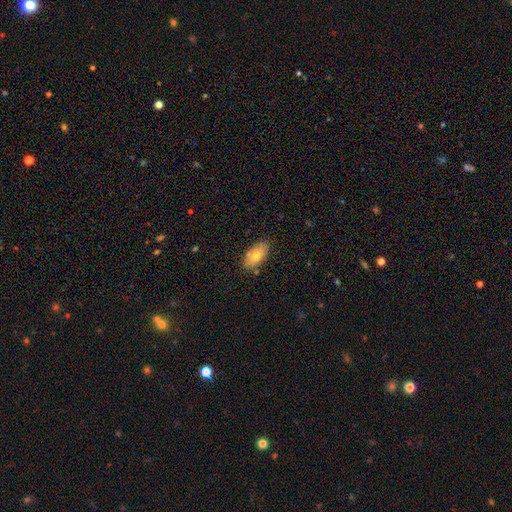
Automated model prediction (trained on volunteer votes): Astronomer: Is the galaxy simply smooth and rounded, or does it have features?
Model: smooth — 68%.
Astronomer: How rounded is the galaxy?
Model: in between — 91%.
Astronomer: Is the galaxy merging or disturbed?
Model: none — 84%.